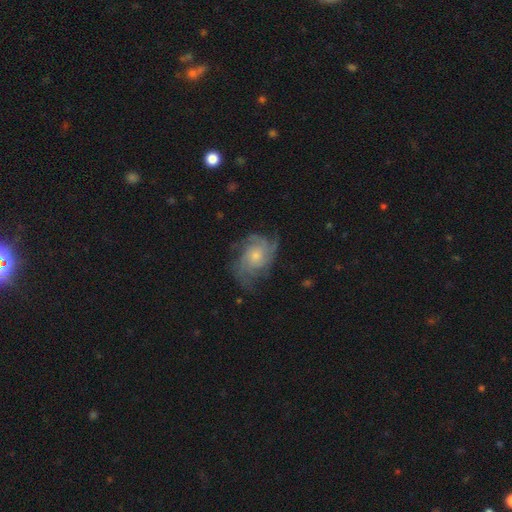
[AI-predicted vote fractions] The model was most divided on "spiral winding": tight: 44%, medium: 41%, loose: 14%. Remaining: edge-on disk — no (97%); spiral arms — yes (95%); smooth or featured — featured or disk (80%); bar — no (78%); merging — none (68%); bulge size — small (54%); spiral arm count — 4 (28%).